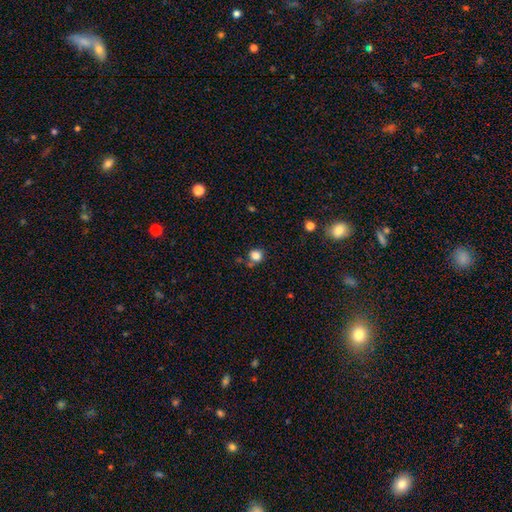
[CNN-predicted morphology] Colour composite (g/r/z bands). It shows a smooth galaxy with no disk features (82%) that is round (82%). Merging: none (70%).